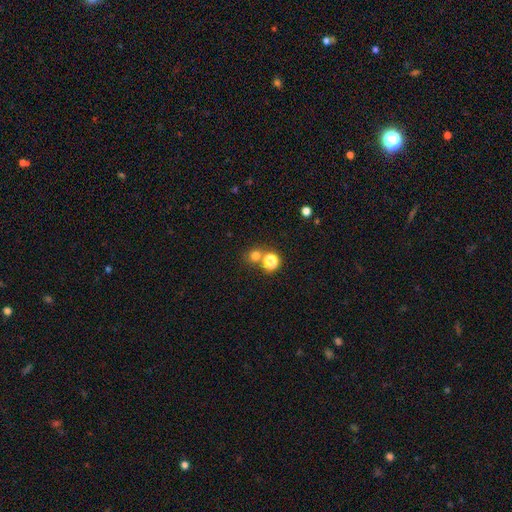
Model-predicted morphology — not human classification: Smooth or featured?
  - smooth: 71% *
  - star or artifact: 23%
  - featured or disk: 6%
How rounded?
  - round: 85% *
  - in between: 14%
  - cigar-shaped: 1%
Merging?
  - none: 64% *
  - merger: 26%
  - minor disturbance: 7%
  - major disturbance: 3%